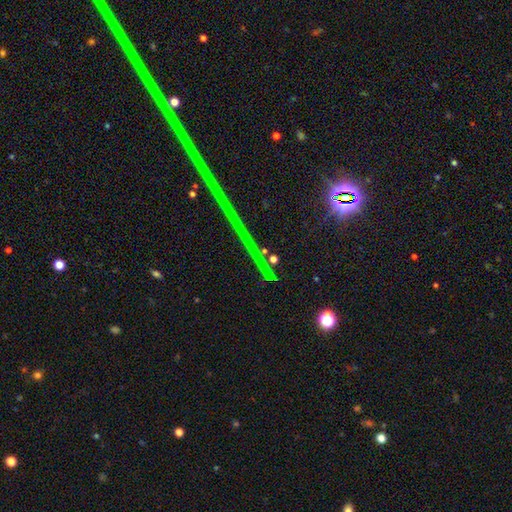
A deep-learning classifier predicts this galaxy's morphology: star or artifact 75%, featured or disk 14%, smooth 10%.